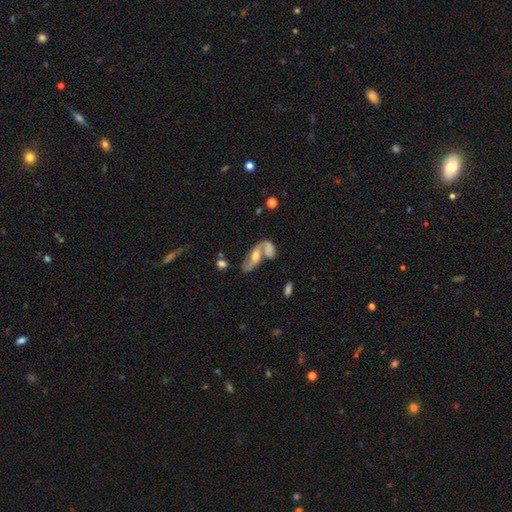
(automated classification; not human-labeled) Smooth or featured? featured or disk (68%)
Edge-on disk? no (87%)
Bar? no (61%)
Spiral arms? yes (80%)
Bulge size? moderate (59%)
Merging? merger (38%)